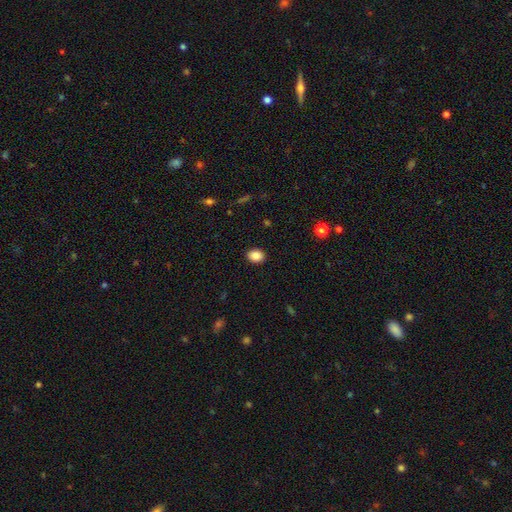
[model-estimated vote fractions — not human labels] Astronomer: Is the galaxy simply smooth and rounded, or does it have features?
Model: smooth — 86%.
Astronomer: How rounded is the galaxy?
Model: in between — 60% (runner-up: round, 39%).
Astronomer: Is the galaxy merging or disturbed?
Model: none — 90%.